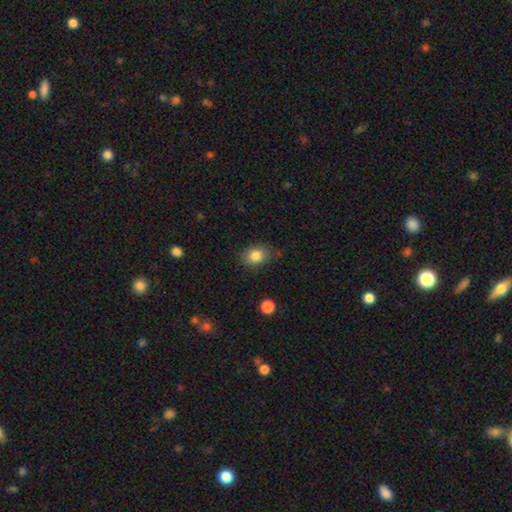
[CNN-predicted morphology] smooth-or-featured: smooth: 84% | star or artifact: 9% | featured or disk: 7%
  how-rounded: in between: 62% | round: 37% | cigar-shaped: 1%
  merging: none: 76% | minor disturbance: 18% | major disturbance: 5% | merger: 2%